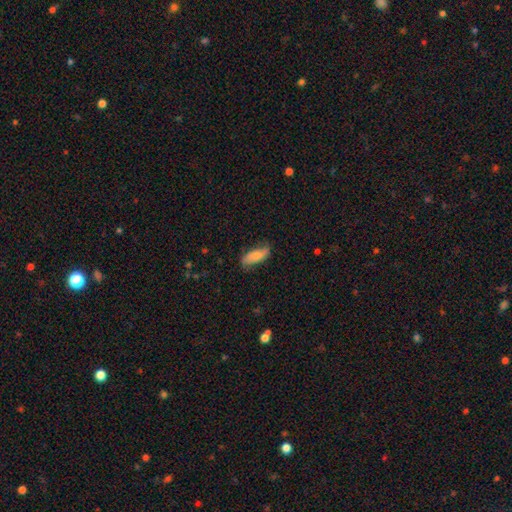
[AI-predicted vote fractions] Smooth or featured? Predicted: smooth (p=0.73). How rounded? Predicted: in between (p=0.69). Merging? Predicted: none (p=0.70).